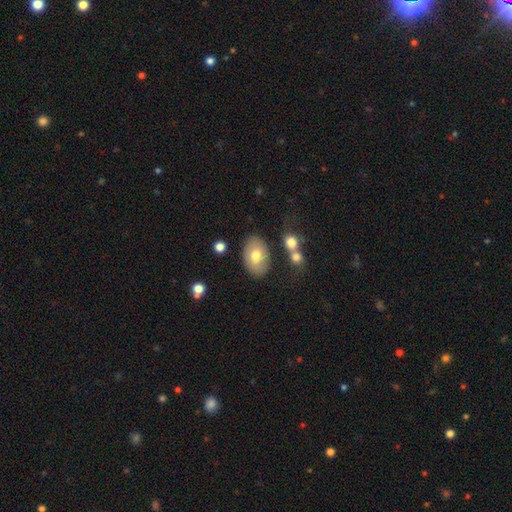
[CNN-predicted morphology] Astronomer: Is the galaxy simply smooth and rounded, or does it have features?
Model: smooth — 70%.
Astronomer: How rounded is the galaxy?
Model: in between — 87%.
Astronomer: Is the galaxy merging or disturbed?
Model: none — 78%.